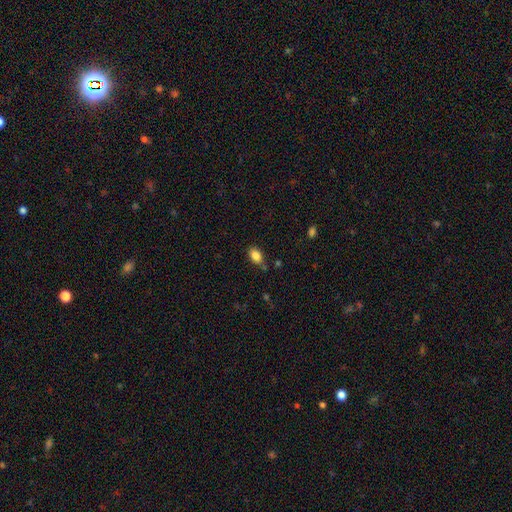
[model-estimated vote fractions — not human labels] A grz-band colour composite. It shows a smooth galaxy with no disk features (86%) that is in between round and cigar-shaped (87%). Merging: none (77%).